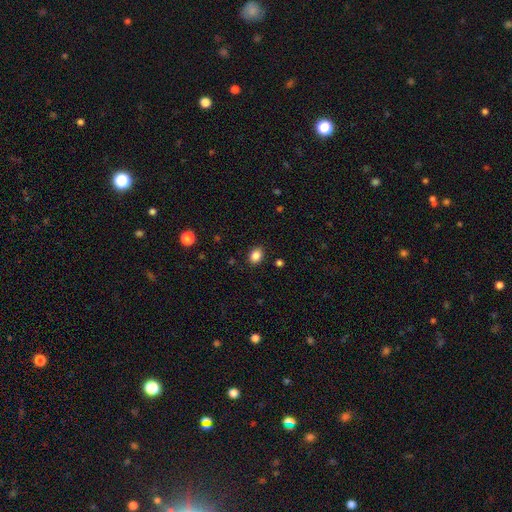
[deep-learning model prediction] Smooth or featured: smooth — 86% (star or artifact — 10%)
How rounded: in between — 60% (round — 39%)
Merging: none — 87% (minor disturbance — 9%)